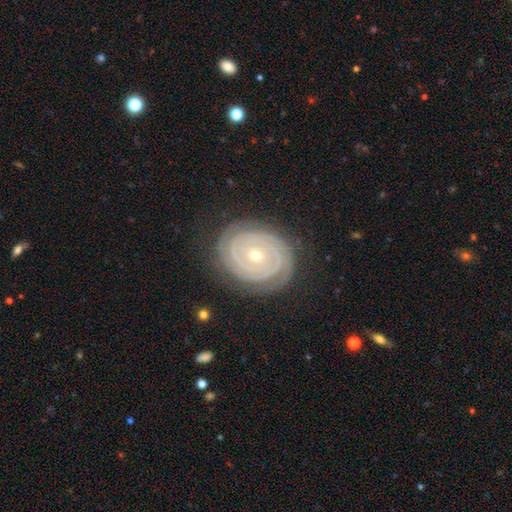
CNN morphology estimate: Smooth or featured?
  - featured or disk: 90% *
  - star or artifact: 5%
  - smooth: 5%
Edge-on disk?
  - no: 97% *
  - yes: 3%
Bar?
  - no: 73% *
  - weak: 17%
  - strong: 10%
Spiral arms?
  - yes: 98% *
  - no: 2%
Spiral winding?
  - tight: 90% *
  - medium: 8%
  - loose: 2%
Spiral arm count?
  - 2: 54% *
  - 3: 14%
  - can't tell: 14%
  - 4: 7%
  - more than 4: 5%
  - 1: 5%
Bulge size?
  - small: 66% *
  - moderate: 32%
  - large: 1%
  - dominant: 1%
  - none: 1%
Merging?
  - none: 83% *
  - minor disturbance: 12%
  - major disturbance: 4%
  - merger: 1%